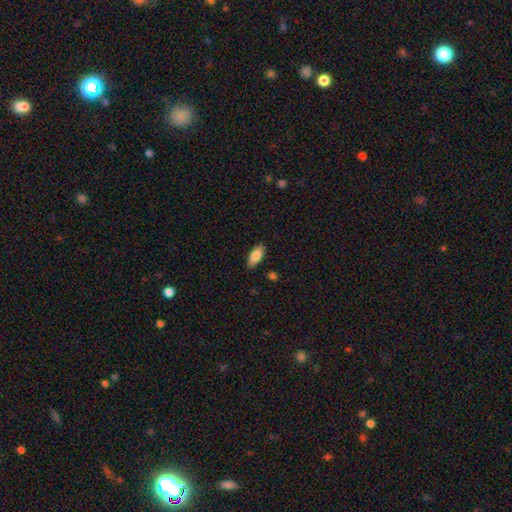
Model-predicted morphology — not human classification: The model was most divided on "smooth or featured": smooth: 84%, featured or disk: 9%, star or artifact: 6%. More confident: how rounded — in between (87%); merging — none (87%).